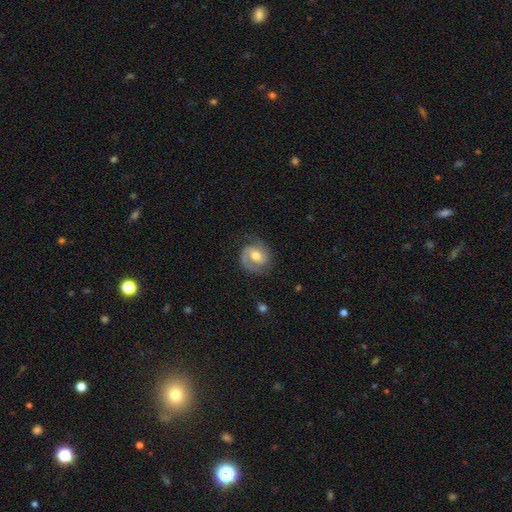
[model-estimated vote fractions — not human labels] Morphology: type=featured or disk (81%); edge-on=no (98%); bar=no (46%); spiral arms=yes (95%); winding=medium (44%); arm count=2 (76%); bulge=moderate (71%); merging=none (74%).